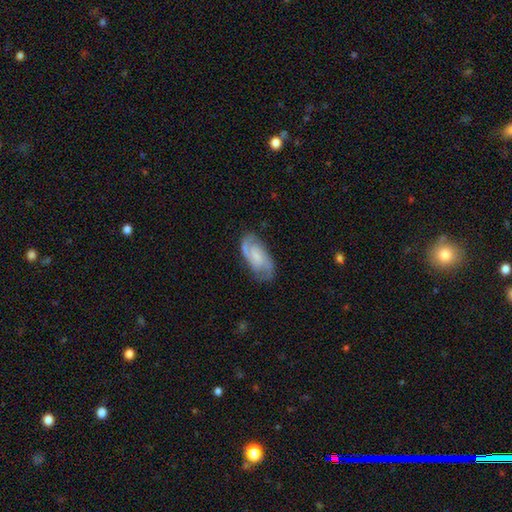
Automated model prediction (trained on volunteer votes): smooth_or_featured: featured or disk (p=0.80) [alt: smooth p=0.14]
disk_edge_on: no (p=0.96) [alt: yes p=0.04]
bar: weak (p=0.46) [alt: no p=0.43]
has_spiral_arms: yes (p=0.96) [alt: no p=0.04]
spiral_winding: medium (p=0.51) [alt: tight p=0.32]
spiral_arm_count: 2 (p=0.85) [alt: can't tell p=0.07]
bulge_size: small (p=0.50) [alt: none p=0.24]
merging: none (p=0.76) [alt: minor disturbance p=0.17]